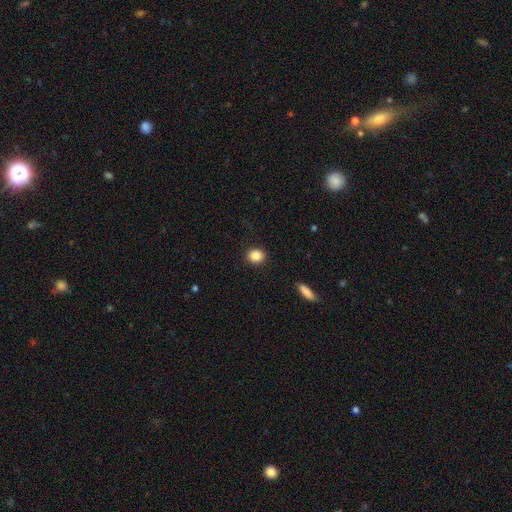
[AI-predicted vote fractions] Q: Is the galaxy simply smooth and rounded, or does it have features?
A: smooth — 86%.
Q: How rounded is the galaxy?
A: round — 69%.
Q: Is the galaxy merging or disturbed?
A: none — 91%.